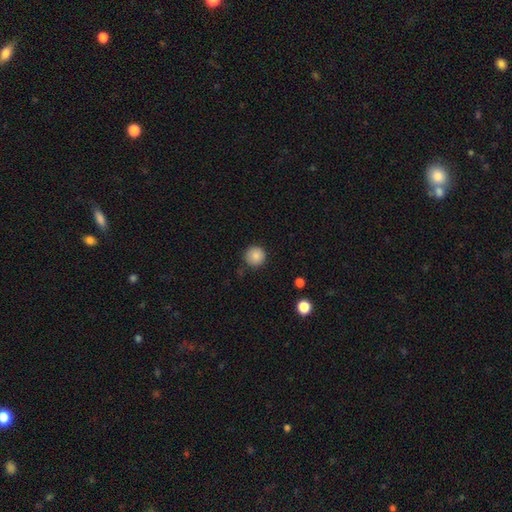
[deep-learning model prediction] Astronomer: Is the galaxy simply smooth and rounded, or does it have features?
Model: smooth — 87%.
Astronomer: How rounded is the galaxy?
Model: round — 95%.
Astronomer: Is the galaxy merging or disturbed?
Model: none — 85%.